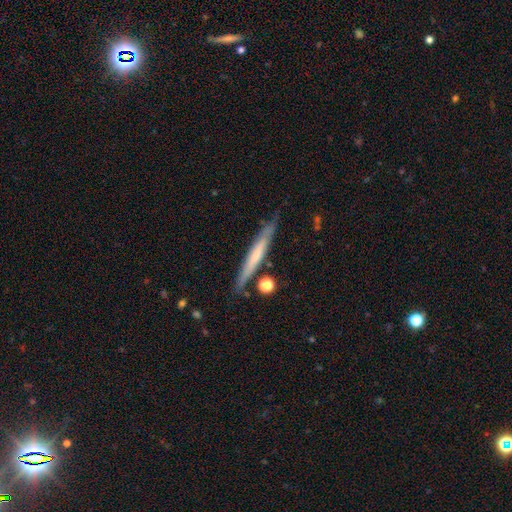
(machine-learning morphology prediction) Overall: smooth (47%; featured or disk 46%). Merging: none (79%).